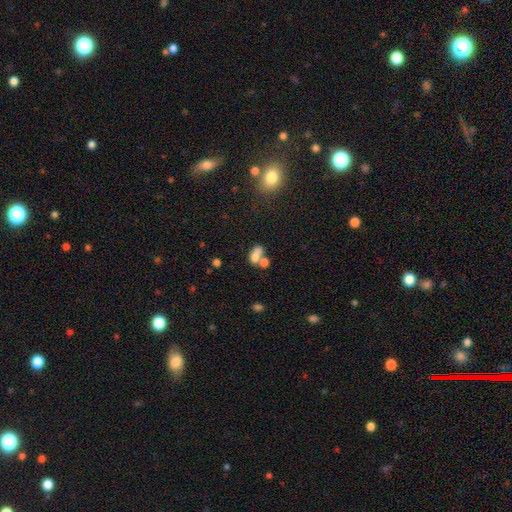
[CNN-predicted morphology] smooth 71%, featured or disk 17%, star or artifact 12%. Down the decision tree: how rounded — in between (78%); merging — merger (59%).